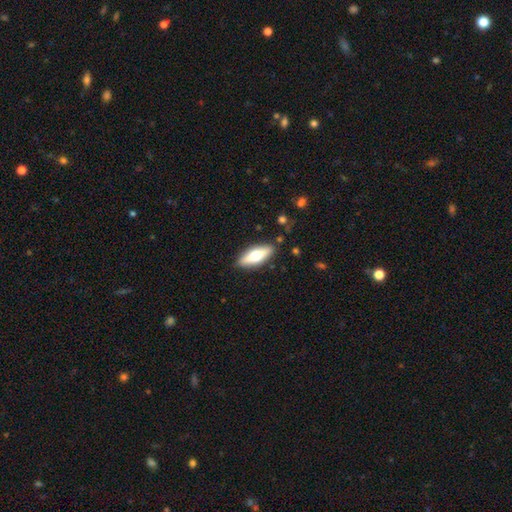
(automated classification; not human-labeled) Q: Smooth or featured?
A: smooth (58%); runner-up: featured or disk (36%)
Q: How rounded?
A: in between (68%); runner-up: cigar-shaped (29%)
Q: Merging?
A: none (86%); runner-up: minor disturbance (10%)